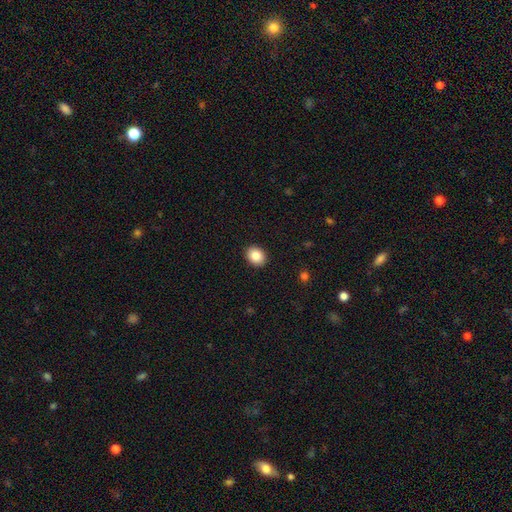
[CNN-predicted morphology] This is clearly a smooth galaxy (86%). How rounded: possibly in between (52%). Merging: clearly none (91%).